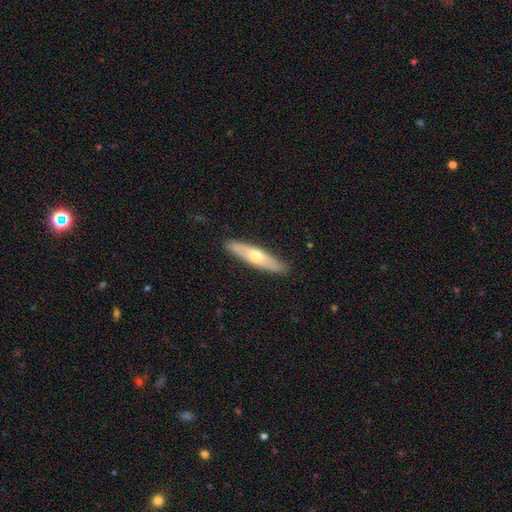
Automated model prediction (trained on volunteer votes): smooth_or_featured: featured or disk (p=0.48) [alt: smooth p=0.47]
merging: none (p=0.89) [alt: minor disturbance p=0.09]